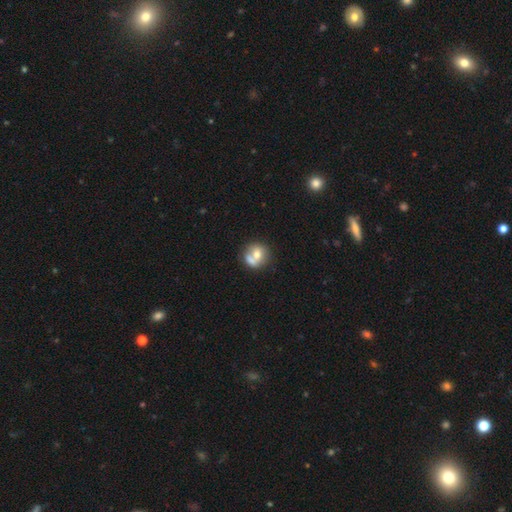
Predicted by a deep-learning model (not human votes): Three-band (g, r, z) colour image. It shows a smooth galaxy with no disk features (64%) that is round (79%). Merging: merger (48%).